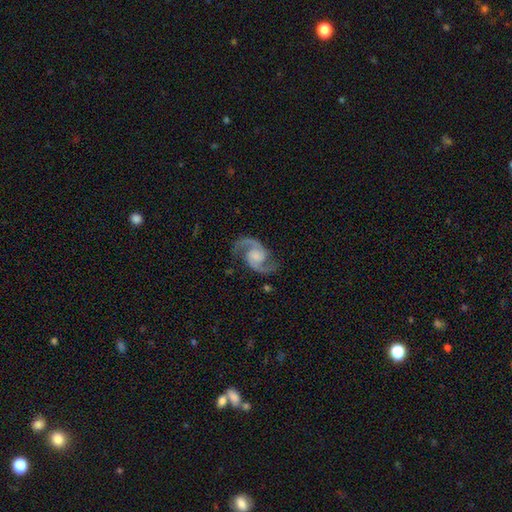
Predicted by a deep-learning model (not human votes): Smooth or featured: featured or disk — 93% (star or artifact — 4%)
Edge-on disk: no — 98% (yes — 2%)
Bar: no — 57% (weak — 34%)
Spiral arms: yes — 98% (no — 2%)
Spiral winding: medium — 61% (loose — 26%)
Spiral arm count: 2 — 95% (can't tell — 1%)
Bulge size: none — 39% (moderate — 24%)
Merging: none — 83% (minor disturbance — 12%)